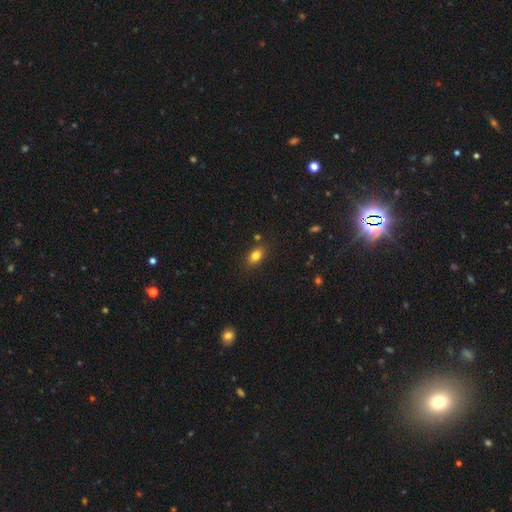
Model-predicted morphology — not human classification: smooth 82%, star or artifact 10%, featured or disk 8%. Down the decision tree: how rounded — in between (82%); merging — none (81%).